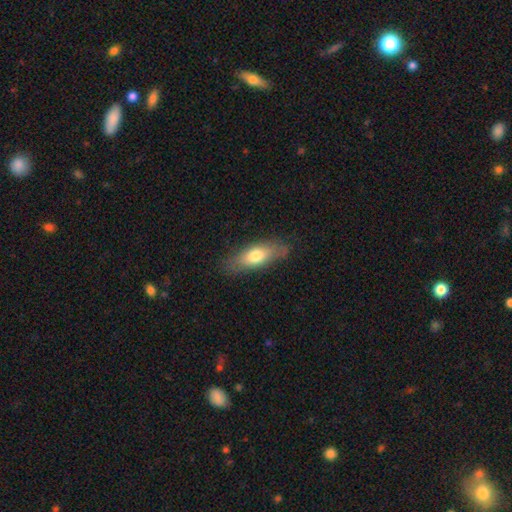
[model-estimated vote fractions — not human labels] smooth 71%, featured or disk 23%, star or artifact 6%. Down the decision tree: how rounded — in between (70%); merging — none (78%).